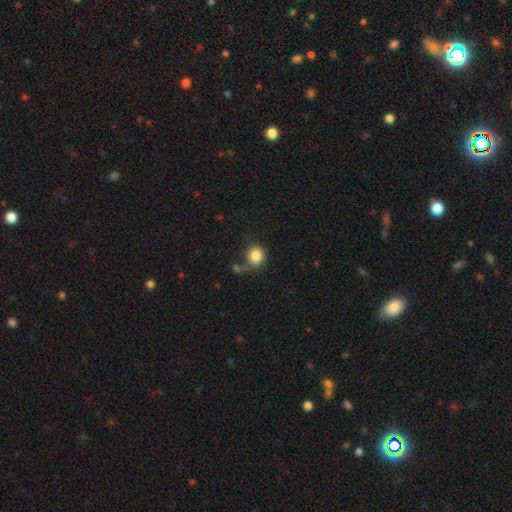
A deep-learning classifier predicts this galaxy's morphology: Smooth or featured? smooth (85%)
How rounded? round (84%)
Merging? none (65%)